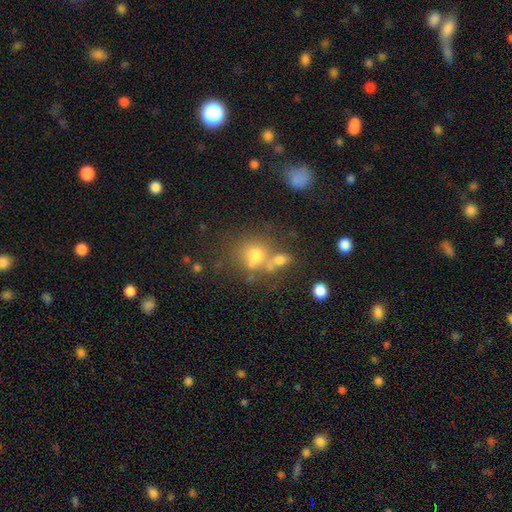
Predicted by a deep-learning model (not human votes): Overall: smooth (66%). How rounded: round (78%). Merging: none (46%; merger 33%).